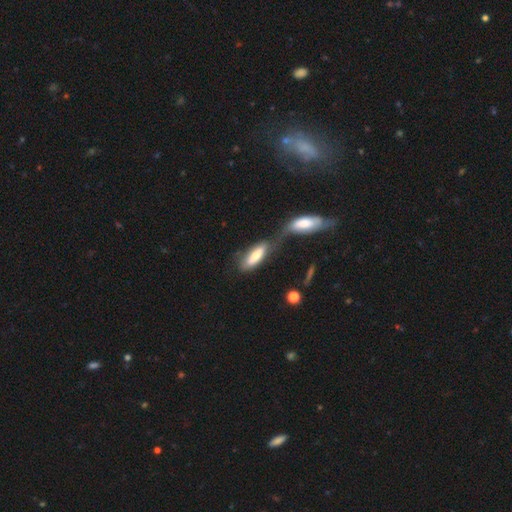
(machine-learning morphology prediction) A smooth galaxy with no disk features (68%) that is in between round and cigar-shaped (66%). Merging: merger (49%).